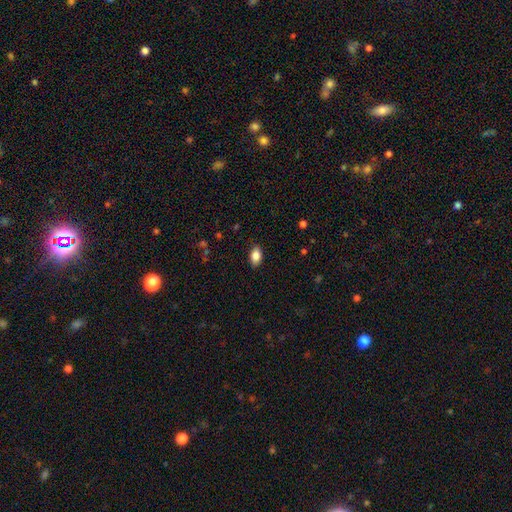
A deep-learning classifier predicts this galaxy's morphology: This is clearly a smooth galaxy (86%). How rounded: clearly in between (90%). Merging: clearly none (87%).